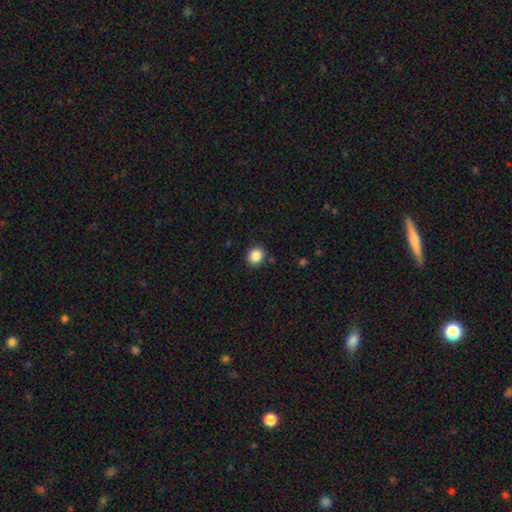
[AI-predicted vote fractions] A smooth galaxy with no disk features (86%) that is round (64%).

Vote fractions:
- Smooth or featured? smooth: 86% / star or artifact: 10% / featured or disk: 4%
- How rounded? round: 64% / in between: 35% / cigar-shaped: 1%
- Merging? none: 88% / minor disturbance: 8% / major disturbance: 2% / merger: 2%